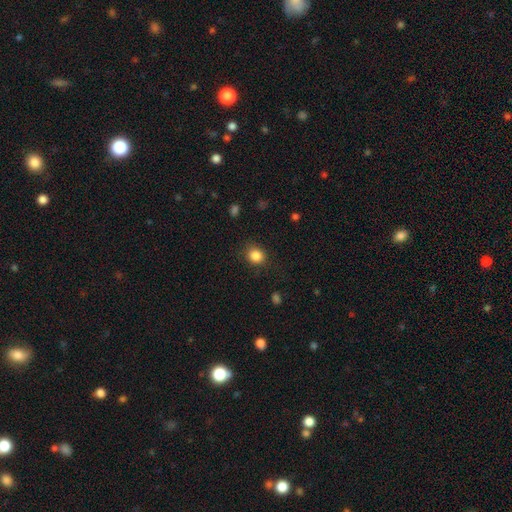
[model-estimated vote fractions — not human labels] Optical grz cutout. It shows a smooth galaxy with no disk features (85%) that is round (77%). Merging: none (84%).